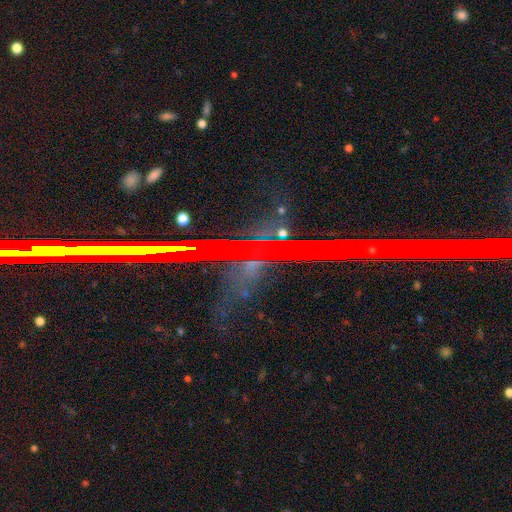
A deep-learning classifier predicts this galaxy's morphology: star or artifact 69%, featured or disk 22%, smooth 9%.